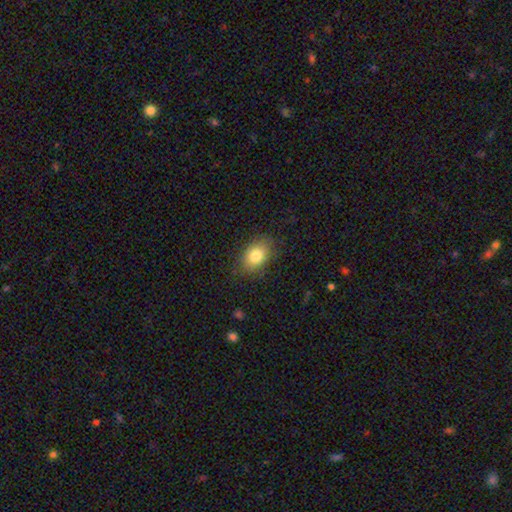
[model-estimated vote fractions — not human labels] This appears to be a smooth galaxy with no disk features (81%) that is in between round and cigar-shaped (81%). Merging: none (82%).